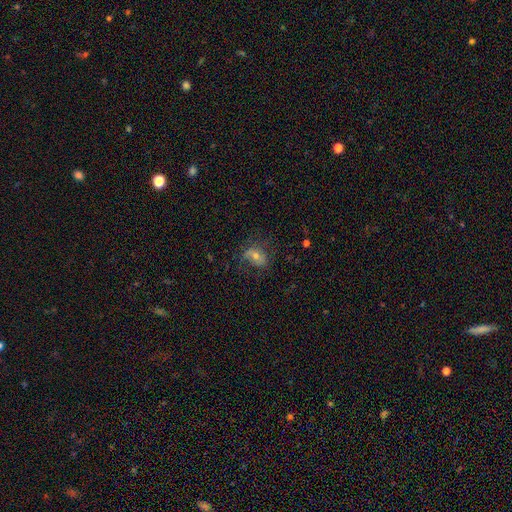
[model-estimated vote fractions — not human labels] A featured or disk galaxy (46%). Merging: none (62%).